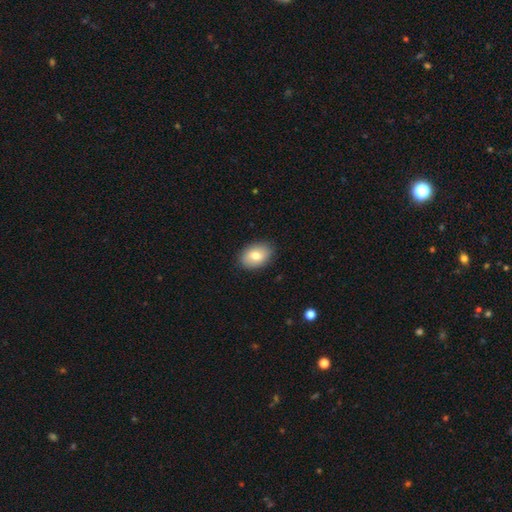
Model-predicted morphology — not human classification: Smooth or featured?
  - smooth: 79% *
  - featured or disk: 14%
  - star or artifact: 7%
How rounded?
  - in between: 80% *
  - round: 19%
  - cigar-shaped: 1%
Merging?
  - none: 87% *
  - minor disturbance: 10%
  - major disturbance: 2%
  - merger: 1%